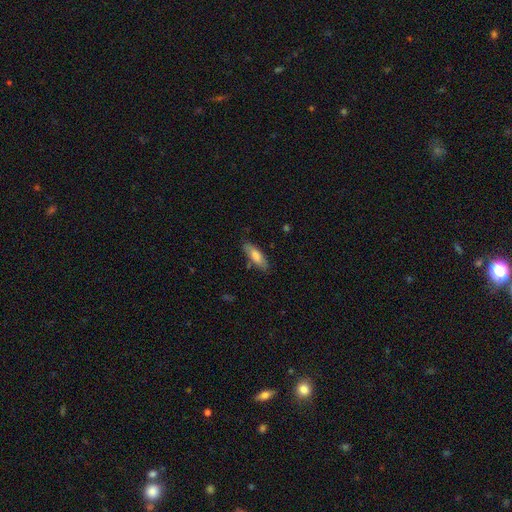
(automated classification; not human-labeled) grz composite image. It shows a smooth galaxy with no disk features (75%) that is in between round and cigar-shaped (60%). Merging: none (78%).